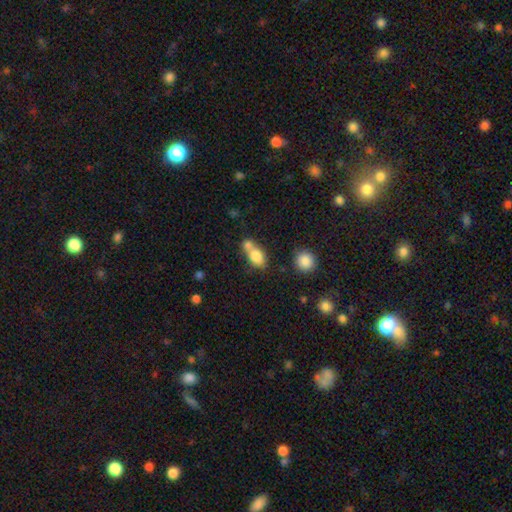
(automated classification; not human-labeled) smooth_or_featured: smooth (p=0.78) [alt: featured or disk p=0.13]
how_rounded: in between (p=0.79) [alt: round p=0.16]
merging: merger (p=0.50) [alt: none p=0.34]